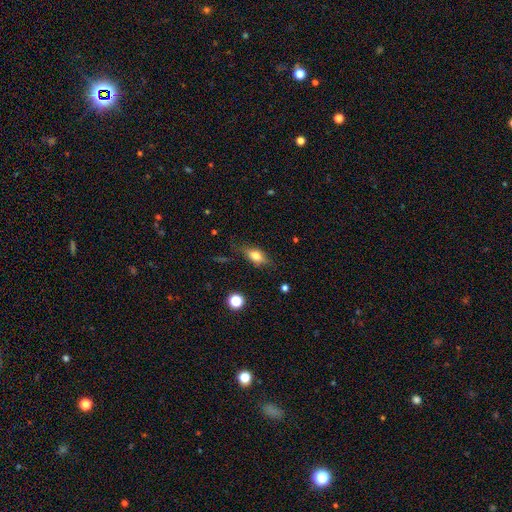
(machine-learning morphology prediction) The model was most divided on "smooth or featured": smooth: 61%, featured or disk: 29%, star or artifact: 10%. More confident: merging — none (74%); how rounded — in between (70%).